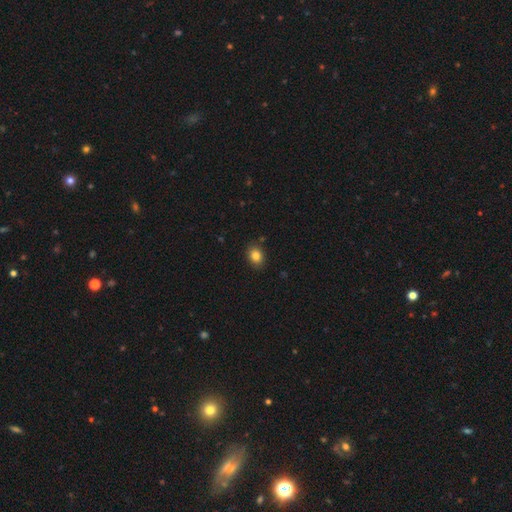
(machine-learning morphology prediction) Smooth or featured? Predicted: smooth (p=0.84). How rounded? Predicted: in between (p=0.55). Merging? Predicted: none (p=0.85).